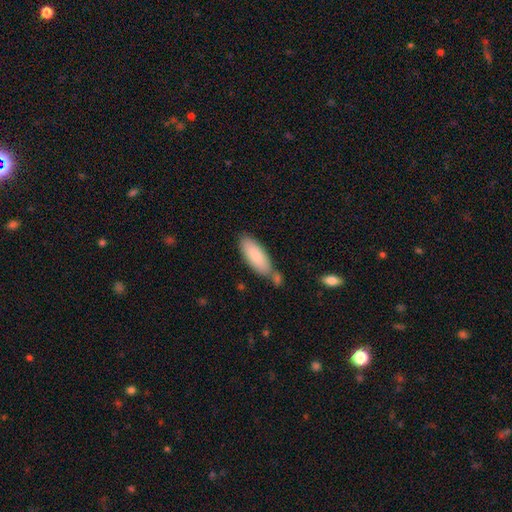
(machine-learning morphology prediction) The model was most divided on "merging": none: 61%, merger: 18%, minor disturbance: 17%, major disturbance: 4%. More confident: smooth or featured — smooth (85%); how rounded — in between (71%).